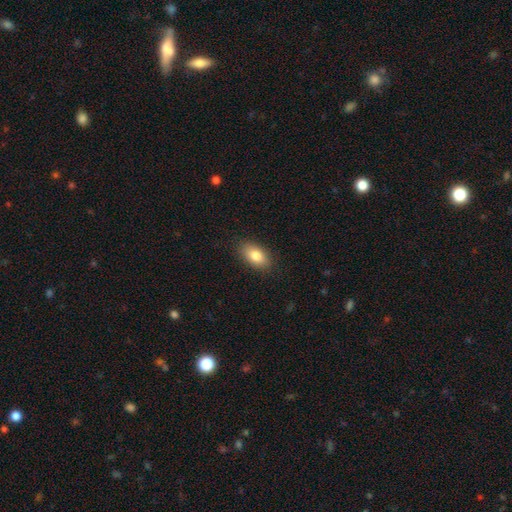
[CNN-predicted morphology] Smooth or featured: smooth — 82% (featured or disk — 11%)
How rounded: in between — 91% (round — 6%)
Merging: none — 87% (minor disturbance — 10%)